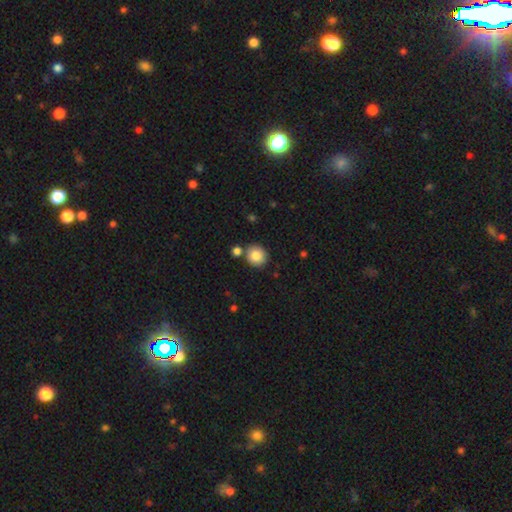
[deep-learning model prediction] Smooth or featured? smooth (84%)
How rounded? round (88%)
Merging? none (78%)